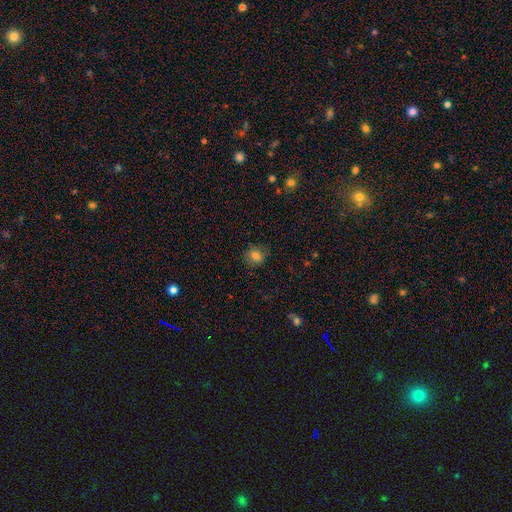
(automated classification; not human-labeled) A smooth galaxy with no disk features (79%) that is round (56%). Merging: none (78%).